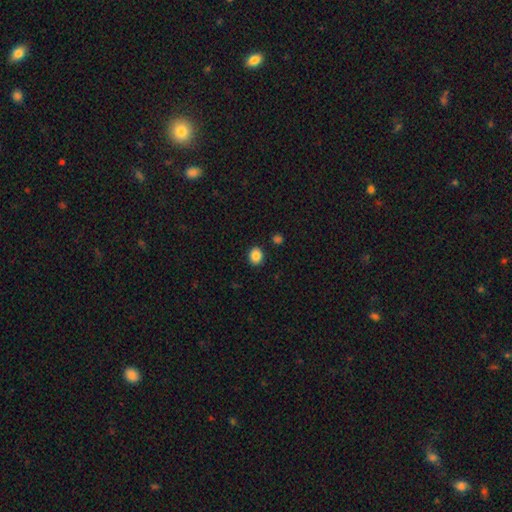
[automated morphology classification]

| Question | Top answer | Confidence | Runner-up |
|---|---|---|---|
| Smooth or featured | smooth | 86% | star or artifact (9%) |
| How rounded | round | 63% | in between (37%) |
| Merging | none | 89% | minor disturbance (7%) |